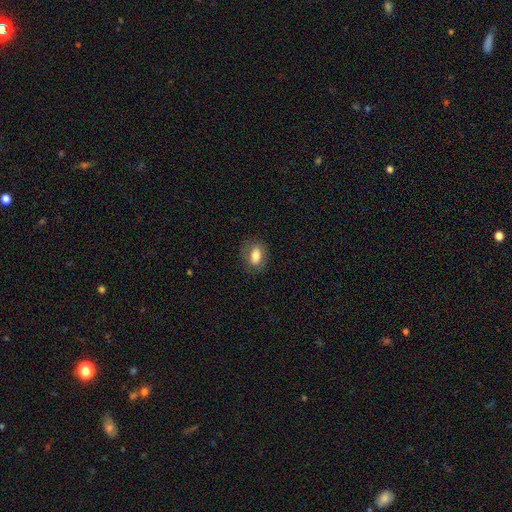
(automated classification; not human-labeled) Smooth or featured?
  - smooth: 77% *
  - featured or disk: 15%
  - star or artifact: 8%
How rounded?
  - in between: 82% *
  - round: 15%
  - cigar-shaped: 3%
Merging?
  - none: 79% *
  - minor disturbance: 14%
  - major disturbance: 5%
  - merger: 1%